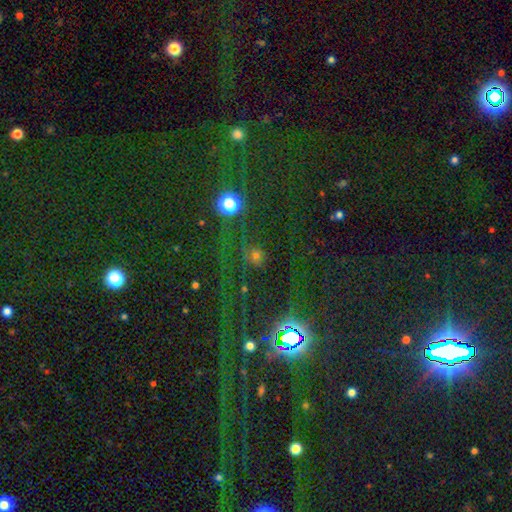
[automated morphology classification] type=star or artifact (51%).